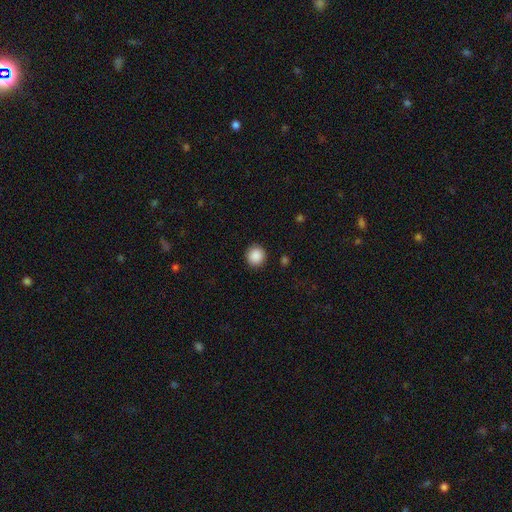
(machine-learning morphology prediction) The model was most divided on "smooth or featured": smooth: 89%, star or artifact: 9%, featured or disk: 3%. More confident: how rounded — round (91%); merging — none (91%).